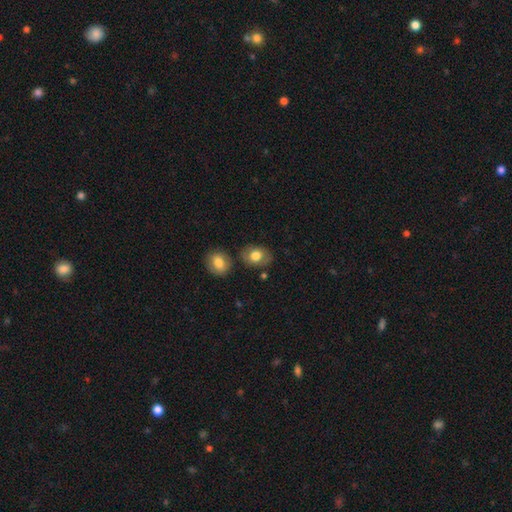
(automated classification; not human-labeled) This appears to be a smooth galaxy with no disk features (75%) that is in between round and cigar-shaped (60%). Merging: none (75%).